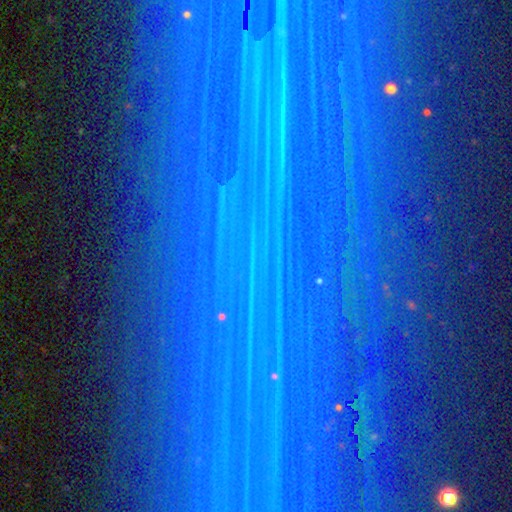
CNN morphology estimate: This is clearly a star or artifact rather than a galaxy (84%).